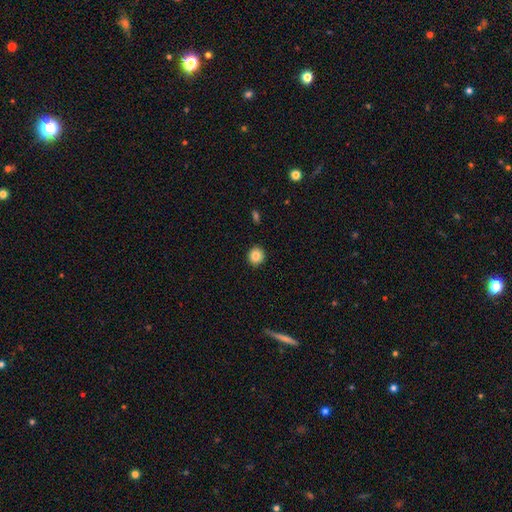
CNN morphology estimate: This appears to be a smooth galaxy with no disk features (85%) that is round (88%). Merging: none (91%).